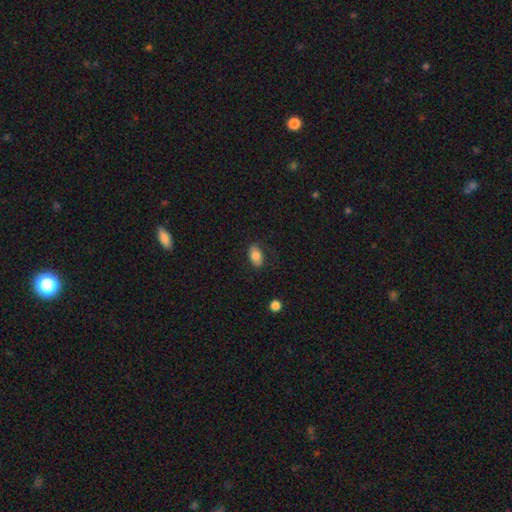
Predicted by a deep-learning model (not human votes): Smooth or featured?
  - smooth: 81% *
  - featured or disk: 11%
  - star or artifact: 8%
How rounded?
  - in between: 90% *
  - round: 7%
  - cigar-shaped: 3%
Merging?
  - none: 80% *
  - minor disturbance: 15%
  - major disturbance: 4%
  - merger: 1%